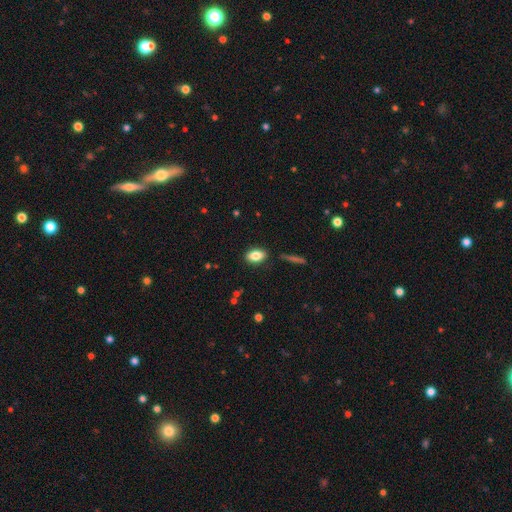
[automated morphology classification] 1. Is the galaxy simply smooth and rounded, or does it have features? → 81% smooth, 11% featured or disk, 8% star or artifact.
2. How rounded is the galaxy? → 89% in between, 7% round, 5% cigar-shaped.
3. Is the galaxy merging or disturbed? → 86% none, 10% minor disturbance, 2% major disturbance, 2% merger.